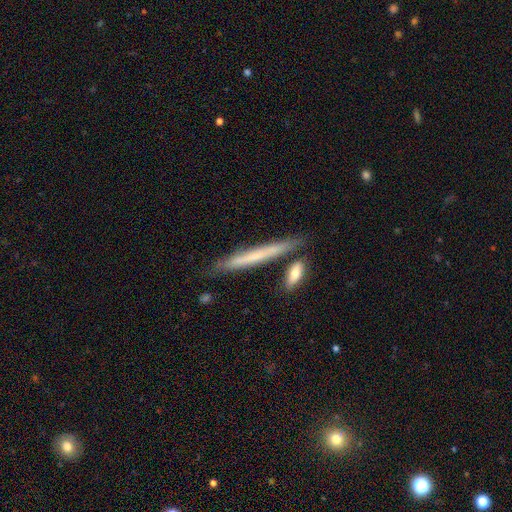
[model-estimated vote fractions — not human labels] Morphology: type=smooth (52%); roundness=cigar-shaped (95%); merging=none (78%).